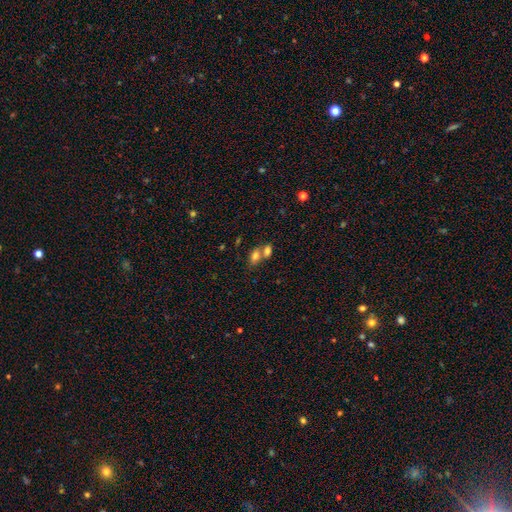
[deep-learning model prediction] Morphology: type=smooth (78%); roundness=in between (85%); merging=merger (58%).